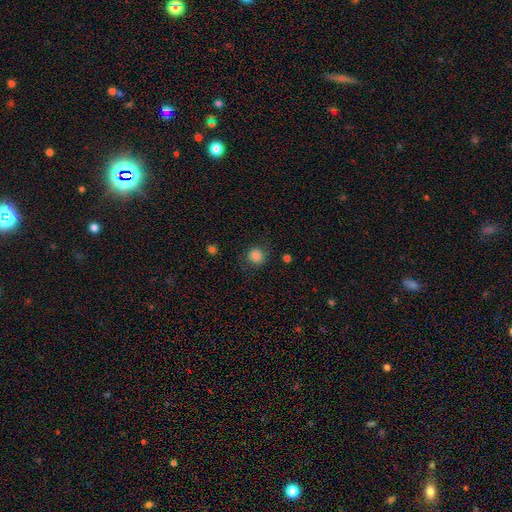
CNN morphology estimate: This appears to be a smooth galaxy with no disk features (82%) that is round (89%). Merging: none (81%).